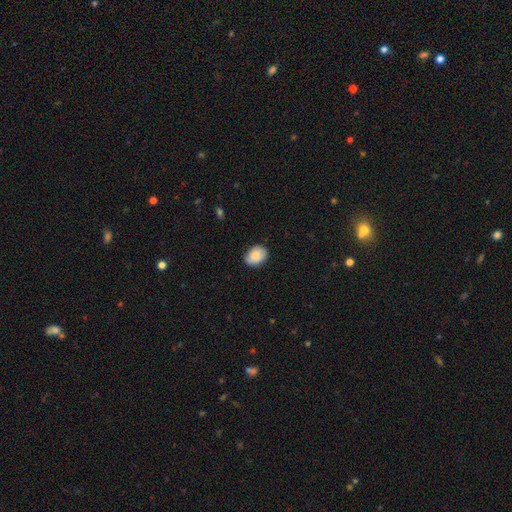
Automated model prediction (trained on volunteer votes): Smooth or featured: smooth — 86% (featured or disk — 8%)
How rounded: in between — 71% (round — 28%)
Merging: none — 83% (minor disturbance — 14%)